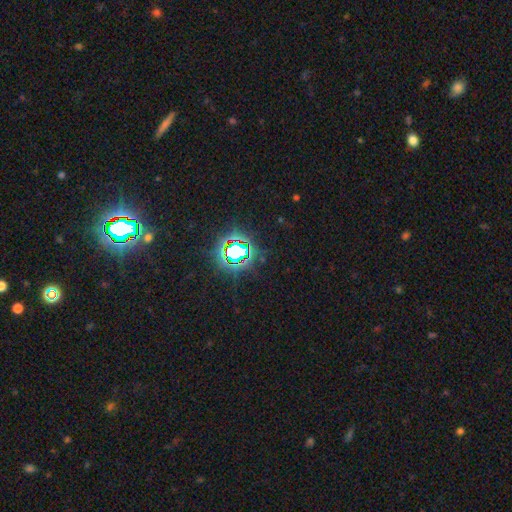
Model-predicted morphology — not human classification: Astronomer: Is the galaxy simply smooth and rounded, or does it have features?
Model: star or artifact — 81%.